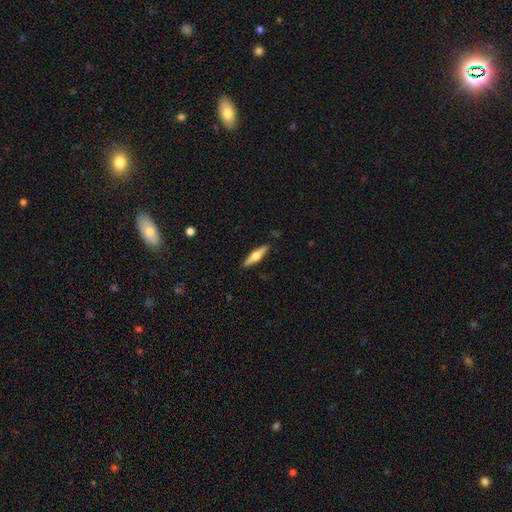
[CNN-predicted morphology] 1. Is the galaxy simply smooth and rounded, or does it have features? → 52% featured or disk, 42% smooth, 6% star or artifact.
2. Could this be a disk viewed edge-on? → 95% yes, 5% no.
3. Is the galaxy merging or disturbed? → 88% none, 9% minor disturbance, 2% major disturbance, 1% merger.